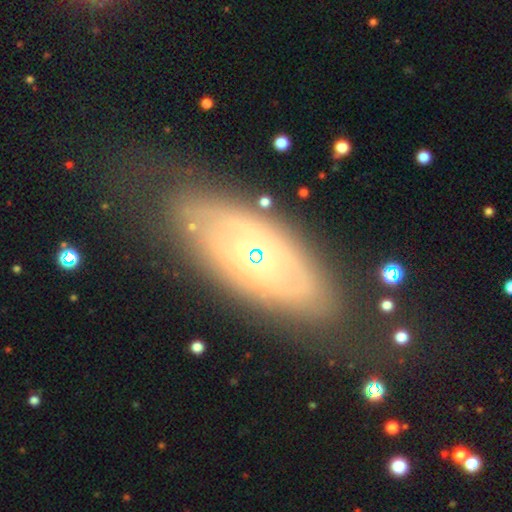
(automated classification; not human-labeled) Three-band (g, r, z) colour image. It shows a featured or disk galaxy (67%) with no bar (76%), spiral arms (61%) and a small central bulge (74%). Merging: none (71%).